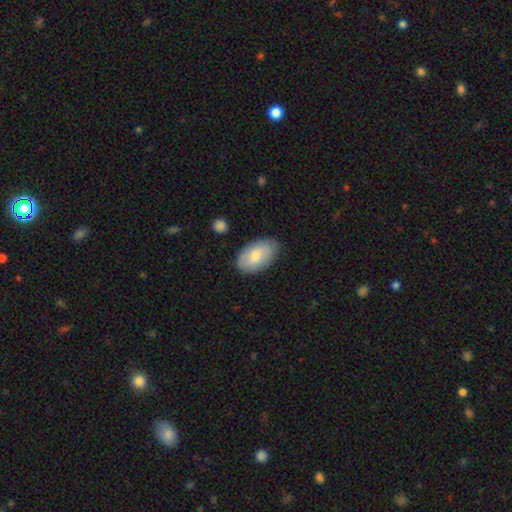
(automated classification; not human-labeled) This appears to be a smooth galaxy with no disk features (69%) that is in between round and cigar-shaped (94%). Merging: none (83%).